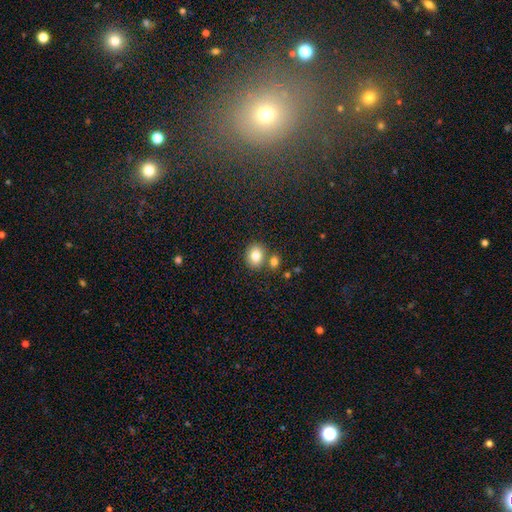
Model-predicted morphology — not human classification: smooth-or-featured: smooth: 82% | star or artifact: 10% | featured or disk: 8%
  how-rounded: round: 59% | in between: 40% | cigar-shaped: 1%
  merging: none: 68% | merger: 20% | minor disturbance: 10% | major disturbance: 3%